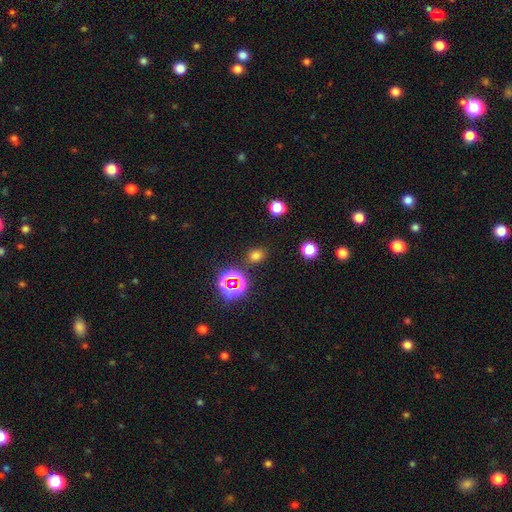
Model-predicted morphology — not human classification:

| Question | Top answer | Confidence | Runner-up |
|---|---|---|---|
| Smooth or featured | smooth | 68% | star or artifact (27%) |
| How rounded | round | 56% | in between (43%) |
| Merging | none | 84% | minor disturbance (9%) |